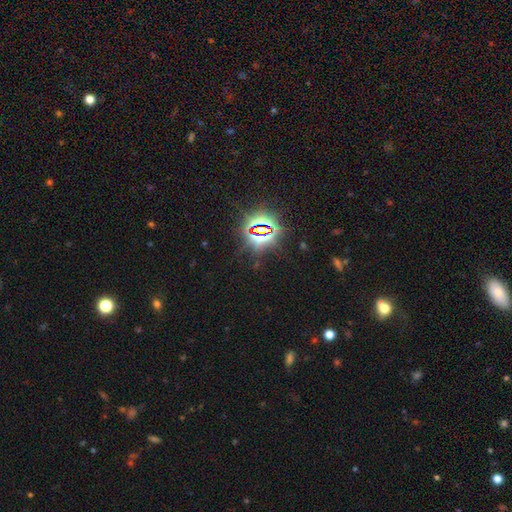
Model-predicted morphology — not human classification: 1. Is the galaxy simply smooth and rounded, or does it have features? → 81% star or artifact, 12% smooth, 8% featured or disk.